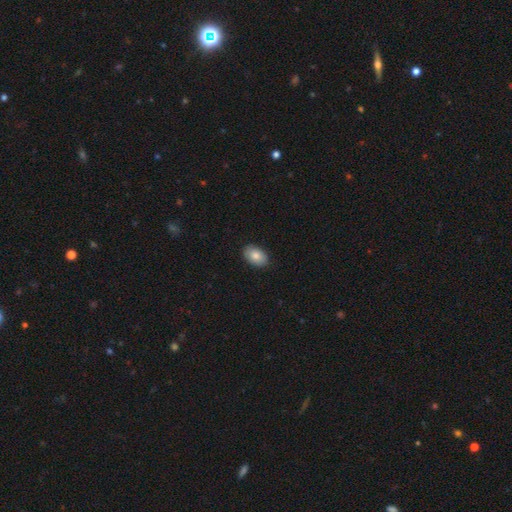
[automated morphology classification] Q: Smooth or featured?
A: smooth (83%); runner-up: featured or disk (10%)
Q: How rounded?
A: in between (89%); runner-up: round (10%)
Q: Merging?
A: none (88%); runner-up: minor disturbance (9%)